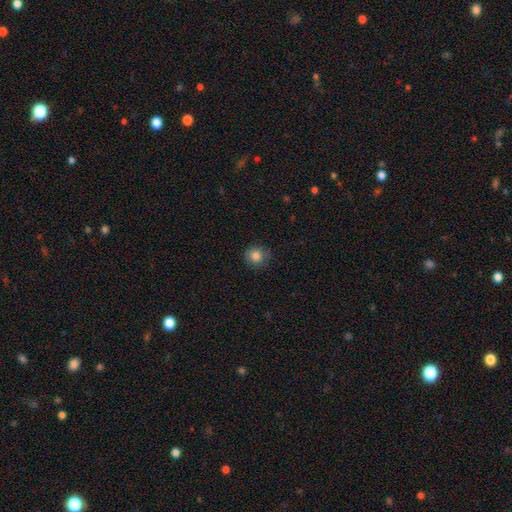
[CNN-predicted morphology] smooth_or_featured: smooth (p=0.83) [alt: star or artifact p=0.11]
how_rounded: round (p=0.90) [alt: in between p=0.09]
merging: none (p=0.84) [alt: minor disturbance p=0.12]